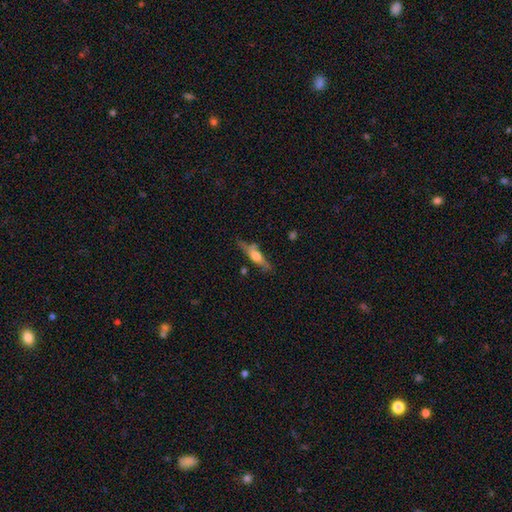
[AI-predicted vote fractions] Smooth or featured: featured or disk — 54% (smooth — 40%)
Edge-on disk: yes — 89% (no — 11%)
Merging: none — 69% (minor disturbance — 21%)